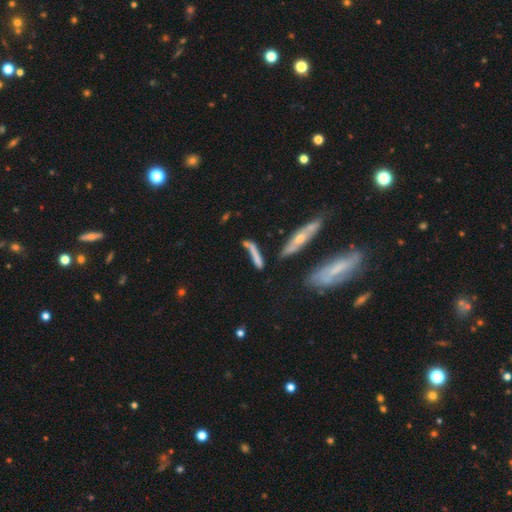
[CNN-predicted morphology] Smooth or featured?
  - smooth: 64% *
  - featured or disk: 27%
  - star or artifact: 10%
How rounded?
  - cigar-shaped: 85% *
  - in between: 13%
  - round: 2%
Merging?
  - none: 47% *
  - merger: 22%
  - minor disturbance: 21%
  - major disturbance: 11%